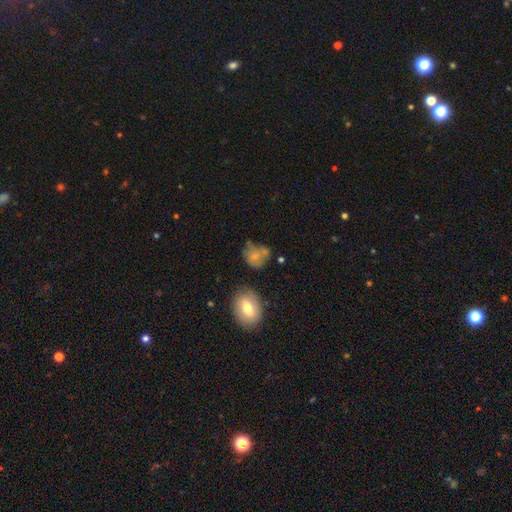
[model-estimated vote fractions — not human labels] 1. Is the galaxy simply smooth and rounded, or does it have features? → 70% smooth, 20% featured or disk, 10% star or artifact.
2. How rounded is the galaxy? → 62% round, 37% in between, 1% cigar-shaped.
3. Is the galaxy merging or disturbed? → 48% none, 24% minor disturbance, 16% merger, 12% major disturbance.